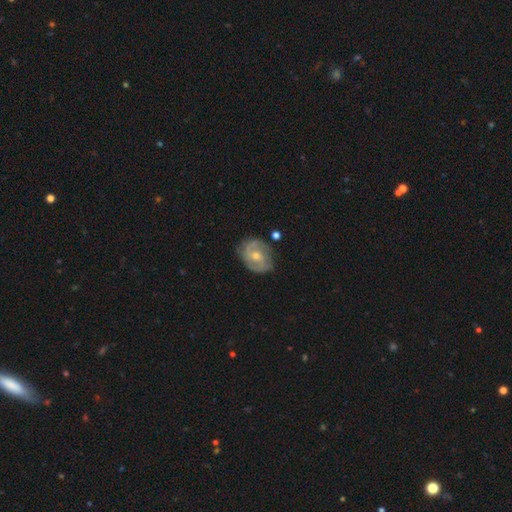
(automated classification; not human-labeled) smooth_or_featured: featured or disk (p=0.73) [alt: smooth p=0.21]
disk_edge_on: no (p=0.97) [alt: yes p=0.03]
bar: no (p=0.57) [alt: weak p=0.36]
has_spiral_arms: yes (p=0.87) [alt: no p=0.13]
spiral_winding: medium (p=0.44) [alt: tight p=0.39]
spiral_arm_count: 2 (p=0.67) [alt: can't tell p=0.17]
bulge_size: moderate (p=0.54) [alt: small p=0.42]
merging: none (p=0.70) [alt: minor disturbance p=0.21]